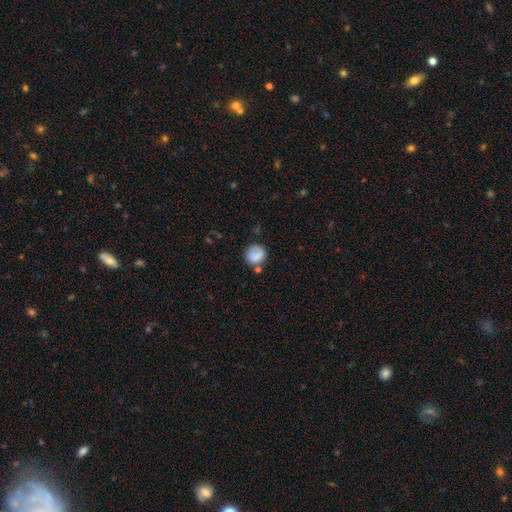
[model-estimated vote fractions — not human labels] Smooth or featured: smooth — 80% (featured or disk — 11%)
How rounded: round — 85% (in between — 14%)
Merging: none — 66% (minor disturbance — 19%)